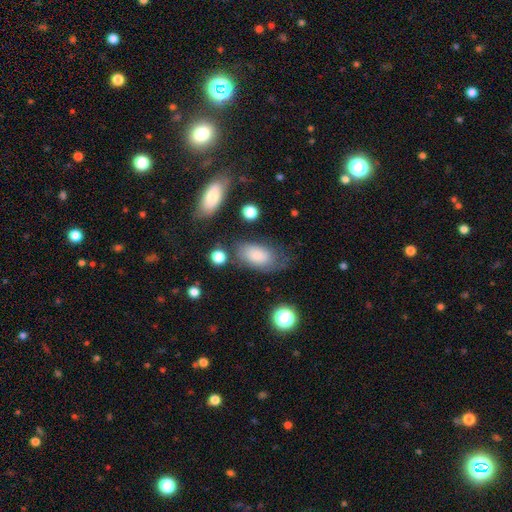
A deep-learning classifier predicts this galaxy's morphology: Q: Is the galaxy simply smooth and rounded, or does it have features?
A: smooth — 74%.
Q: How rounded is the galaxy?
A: in between — 92%.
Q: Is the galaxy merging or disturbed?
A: none — 55%.